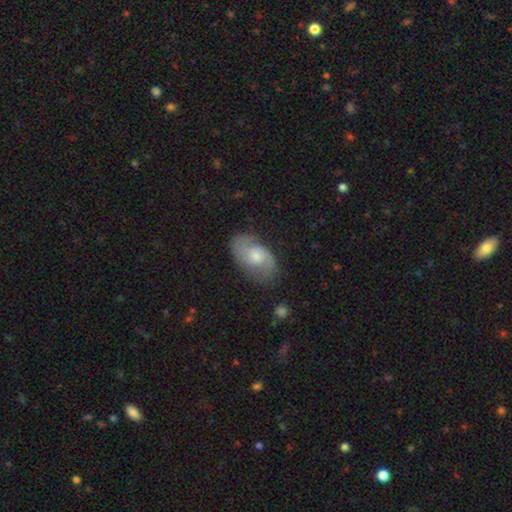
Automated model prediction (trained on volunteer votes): Smooth or featured? featured or disk (65%)
Edge-on disk? no (96%)
Bar? no (60%)
Spiral arms? yes (88%)
Spiral winding? medium (46%)
Spiral arm count? 2 (81%)
Bulge size? moderate (52%)
Merging? none (74%)